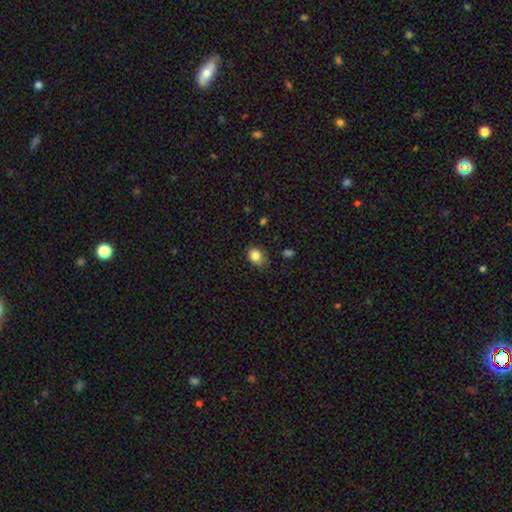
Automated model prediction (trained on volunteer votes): This appears to be a smooth galaxy with no disk features (85%) that is round (53%). Merging: none (70%).